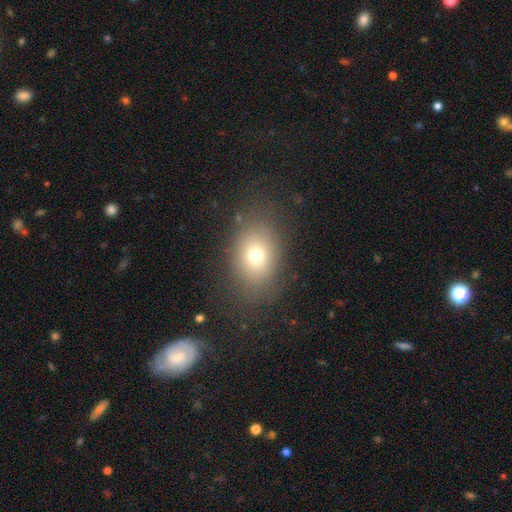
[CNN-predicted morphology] Overall: smooth (71%). How rounded: in between (66%; round 33%). Merging: none (78%).